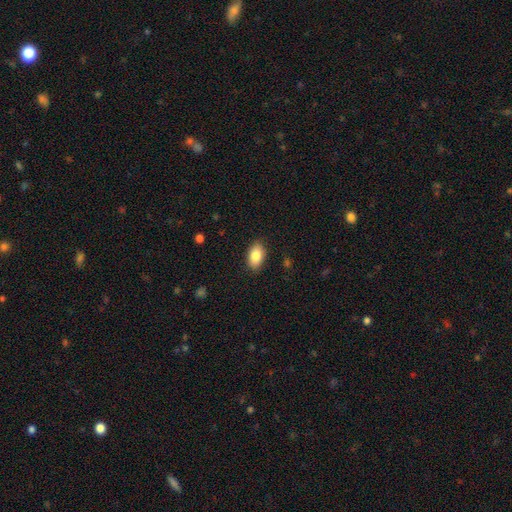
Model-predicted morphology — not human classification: type=smooth (85%); roundness=in between (92%); merging=none (87%).